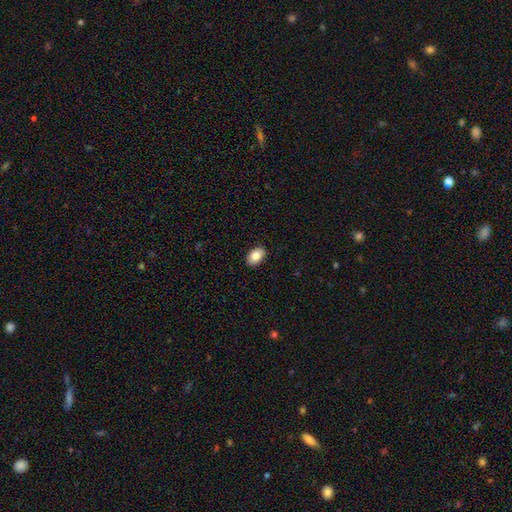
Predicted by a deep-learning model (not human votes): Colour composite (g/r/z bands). It shows a smooth galaxy with no disk features (84%) that is in between round and cigar-shaped (89%). Merging: none (90%).